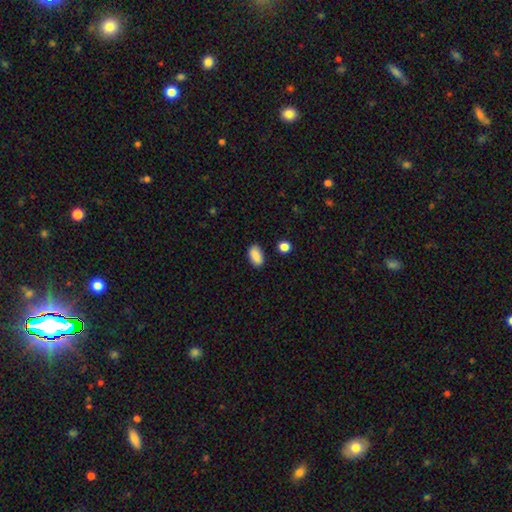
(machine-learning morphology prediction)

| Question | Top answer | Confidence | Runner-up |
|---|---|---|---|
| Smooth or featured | smooth | 88% | star or artifact (8%) |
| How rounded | in between | 91% | round (6%) |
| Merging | none | 84% | minor disturbance (11%) |